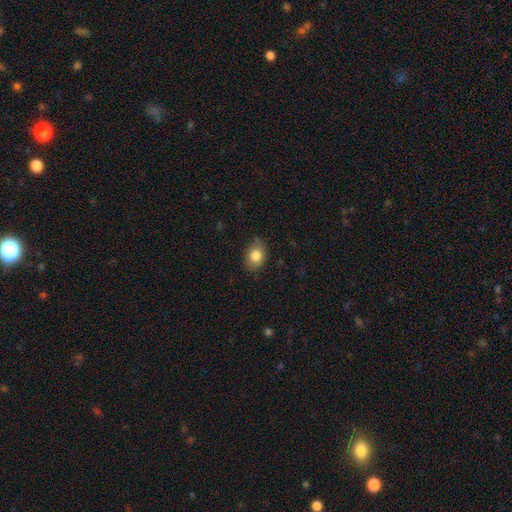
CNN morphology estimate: smooth 82%, featured or disk 9%, star or artifact 9%. Down the decision tree: how rounded — in between (70%); merging — none (76%).